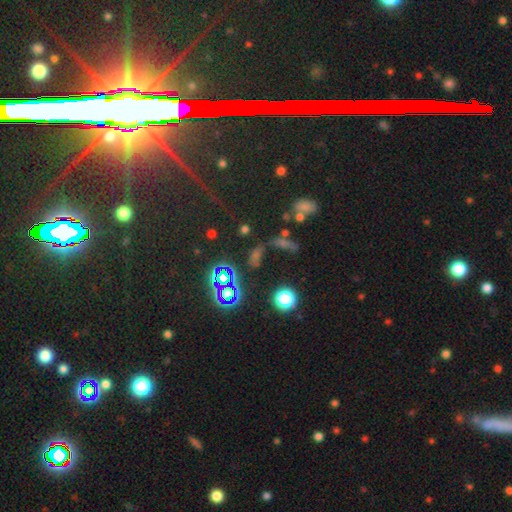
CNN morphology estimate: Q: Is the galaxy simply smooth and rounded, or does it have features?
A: star or artifact — 57%.